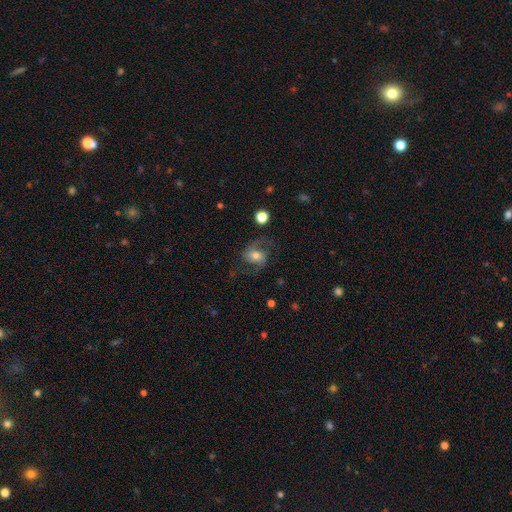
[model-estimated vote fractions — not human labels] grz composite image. It shows a featured or disk galaxy (73%) with no bar (43%), 2 (88%) medium (48%) spiral arms (93%) and a moderate central bulge (60%). Merging: none (68%).